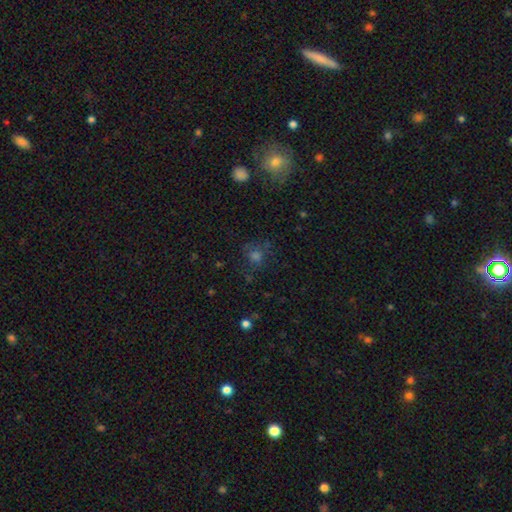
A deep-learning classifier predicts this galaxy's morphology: A smooth galaxy with no disk features (56%) that is round (82%).

Vote fractions:
- Smooth or featured? smooth: 56% / star or artifact: 29% / featured or disk: 15%
- How rounded? round: 82% / in between: 16% / cigar-shaped: 1%
- Merging? none: 70% / minor disturbance: 15% / major disturbance: 10% / merger: 4%